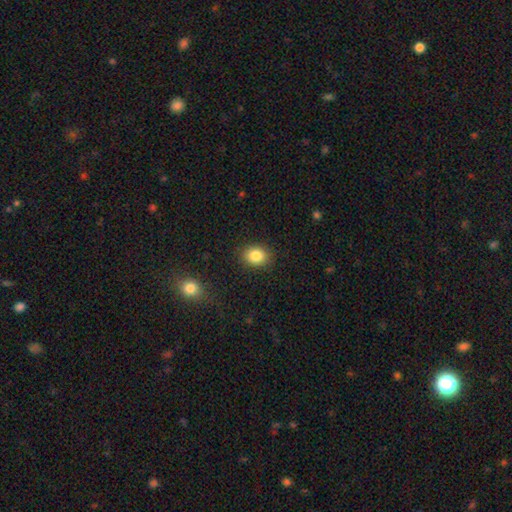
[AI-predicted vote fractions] smooth_or_featured: smooth (p=0.85) [alt: star or artifact p=0.09]
how_rounded: in between (p=0.50) [alt: round p=0.49]
merging: none (p=0.88) [alt: minor disturbance p=0.08]